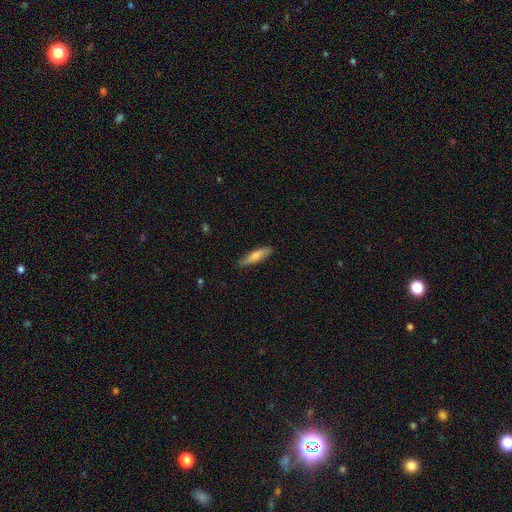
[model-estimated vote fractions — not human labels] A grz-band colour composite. It shows a smooth galaxy with no disk features (76%) that is cigar-shaped (71%). Merging: none (85%).